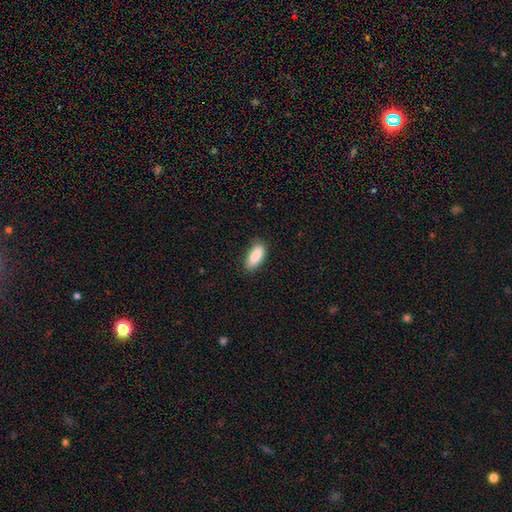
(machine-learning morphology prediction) Overall: smooth (88%). How rounded: in between (81%). Merging: none (80%).